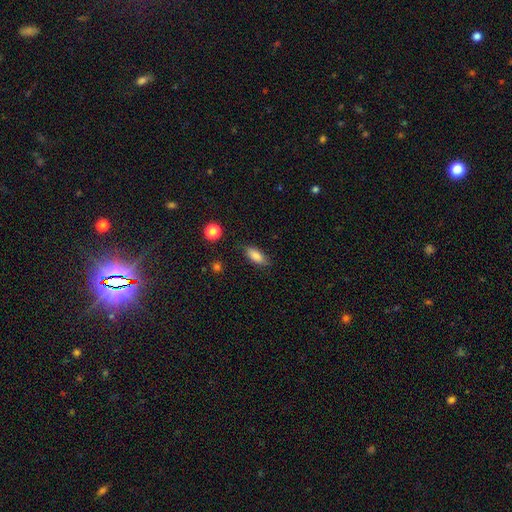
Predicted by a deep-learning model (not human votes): Smooth or featured? Predicted: smooth (p=0.82). How rounded? Predicted: in between (p=0.77). Merging? Predicted: none (p=0.83).